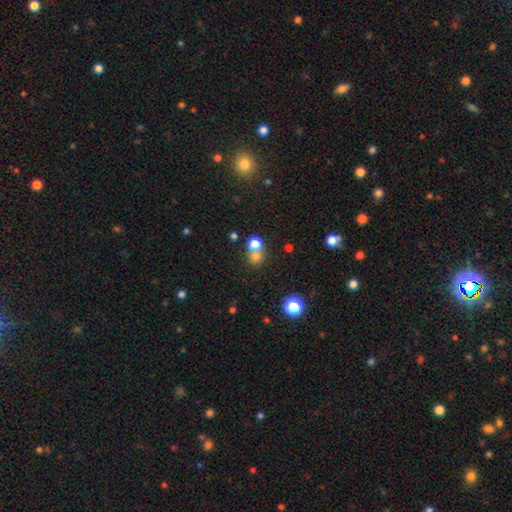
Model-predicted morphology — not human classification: A smooth galaxy with no disk features (73%) that is round (85%).

Vote fractions:
- Smooth or featured? smooth: 73% / star or artifact: 18% / featured or disk: 9%
- How rounded? round: 85% / in between: 14% / cigar-shaped: 1%
- Merging? none: 47% / merger: 44% / minor disturbance: 6% / major disturbance: 3%